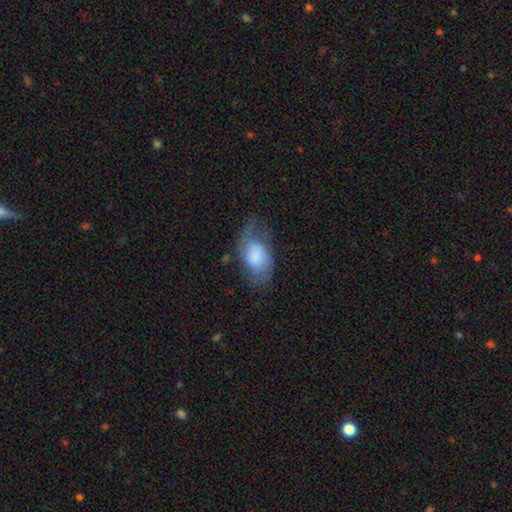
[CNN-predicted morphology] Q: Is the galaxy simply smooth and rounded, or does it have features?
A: smooth — 50%.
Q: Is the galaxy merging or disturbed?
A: none — 46%.